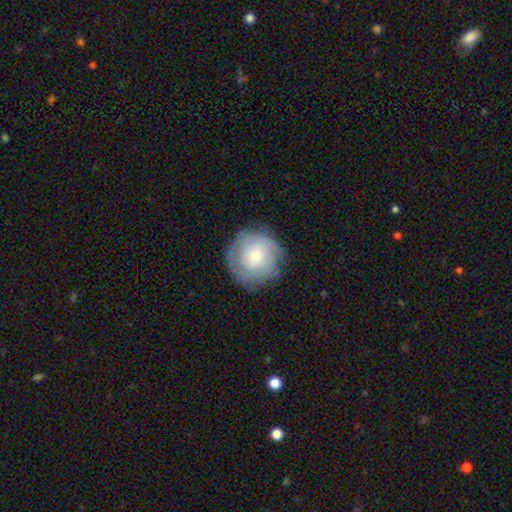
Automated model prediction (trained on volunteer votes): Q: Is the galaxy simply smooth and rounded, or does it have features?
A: featured or disk — 55%.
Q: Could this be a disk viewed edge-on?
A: no — 97%.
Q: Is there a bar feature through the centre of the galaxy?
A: no — 79%.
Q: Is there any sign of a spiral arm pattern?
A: yes — 83%.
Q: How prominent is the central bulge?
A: small — 47%.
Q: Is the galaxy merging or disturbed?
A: none — 79%.